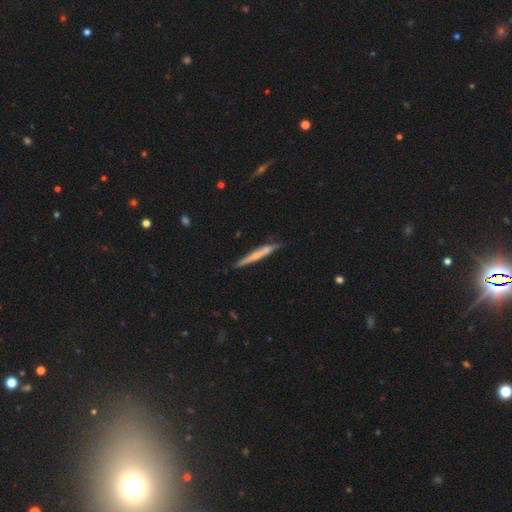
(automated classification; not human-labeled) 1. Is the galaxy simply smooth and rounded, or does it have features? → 49% smooth, 45% featured or disk, 6% star or artifact.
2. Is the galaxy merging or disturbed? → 79% none, 16% minor disturbance, 3% merger, 3% major disturbance.